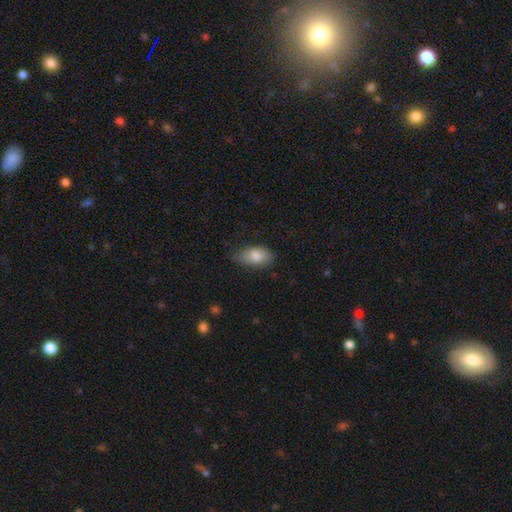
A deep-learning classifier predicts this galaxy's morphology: Smooth or featured?
  - smooth: 82% *
  - featured or disk: 11%
  - star or artifact: 7%
How rounded?
  - in between: 91% *
  - round: 4%
  - cigar-shaped: 4%
Merging?
  - none: 69% *
  - minor disturbance: 25%
  - major disturbance: 5%
  - merger: 1%